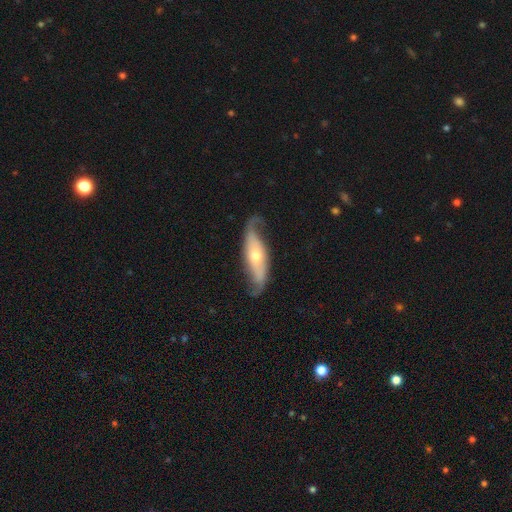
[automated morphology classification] This is likely a featured or disk galaxy (75%). It is likely not viewed edge-on (78%). Bar: likely no (63%). Spiral arm pattern: clearly yes (89%). Spiral arm count: clearly 2 (87%). Spiral winding: likely loose (67%). Central bulge: possibly small (48%). Merging: likely none (66%).